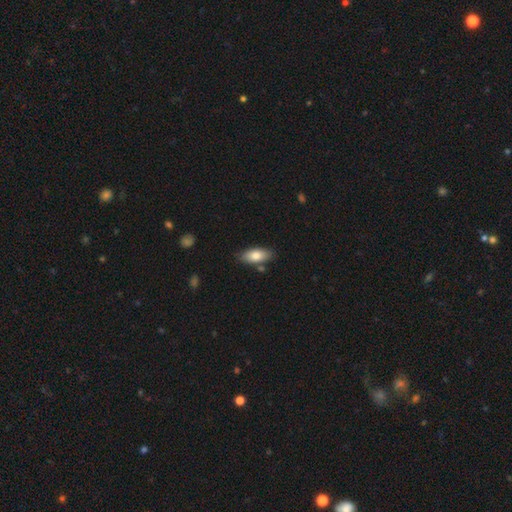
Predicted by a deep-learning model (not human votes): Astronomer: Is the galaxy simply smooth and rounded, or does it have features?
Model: smooth — 78%.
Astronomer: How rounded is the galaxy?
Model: in between — 86%.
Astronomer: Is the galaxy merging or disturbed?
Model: none — 80%.